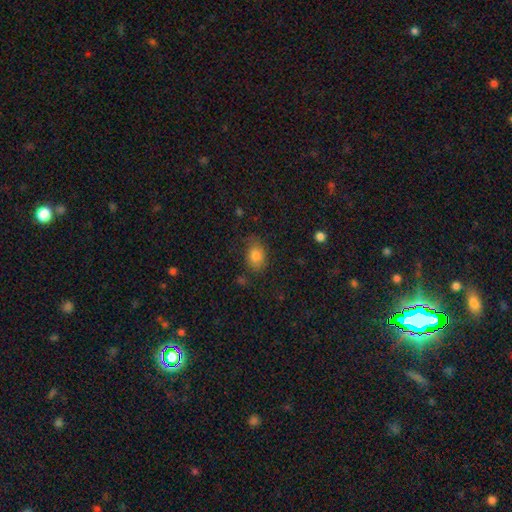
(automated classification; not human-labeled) This appears to be a smooth galaxy with no disk features (81%) that is in between round and cigar-shaped (77%). Merging: none (63%).